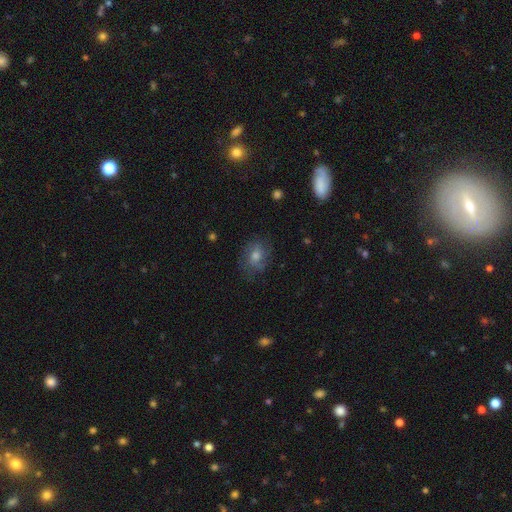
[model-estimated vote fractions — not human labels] A smooth galaxy with no disk features (48%).

Vote fractions:
- Smooth or featured? smooth: 48% / featured or disk: 35% / star or artifact: 17%
- Merging? none: 73% / minor disturbance: 18% / major disturbance: 8% / merger: 1%